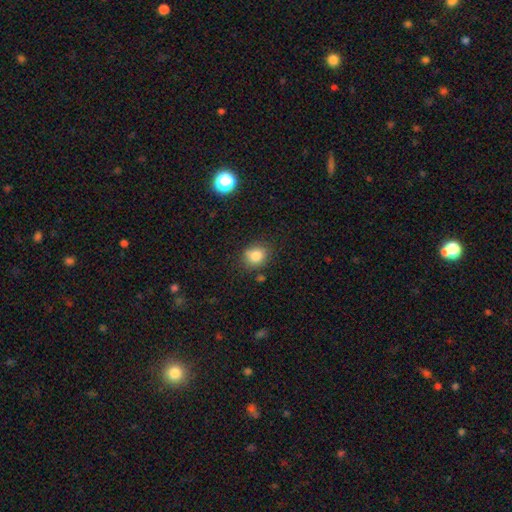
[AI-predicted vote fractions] Smooth or featured? Predicted: smooth (p=0.82). How rounded? Predicted: round (p=0.63). Merging? Predicted: none (p=0.76).